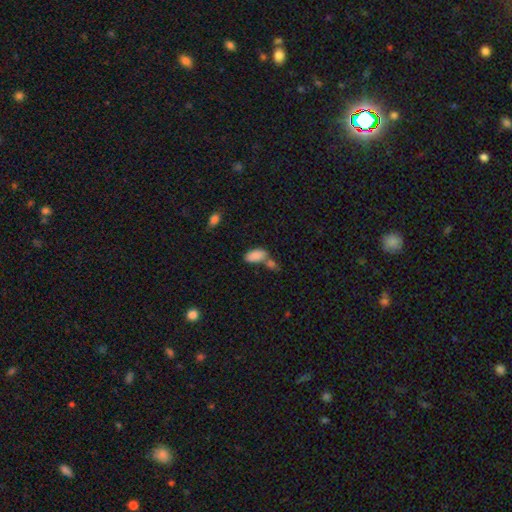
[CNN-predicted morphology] The model was most divided on "merging": none: 44%, merger: 38%, minor disturbance: 13%, major disturbance: 5%. More confident: how rounded — in between (94%); smooth or featured — smooth (86%).